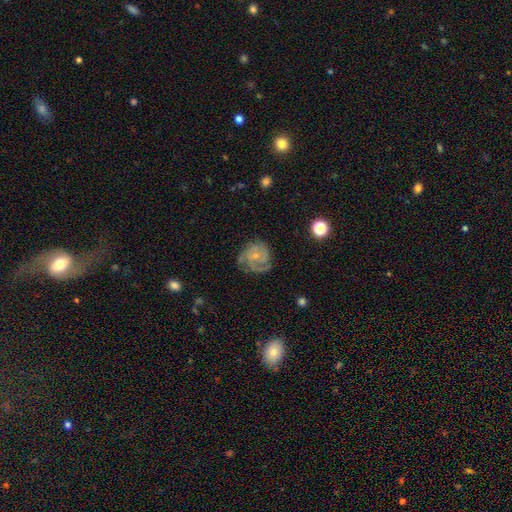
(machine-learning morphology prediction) type=featured or disk (79%); edge-on=no (98%); bar=no (72%); spiral arms=yes (94%); winding=tight (53%); arm count=3 (33%); bulge=small (69%); merging=none (62%).